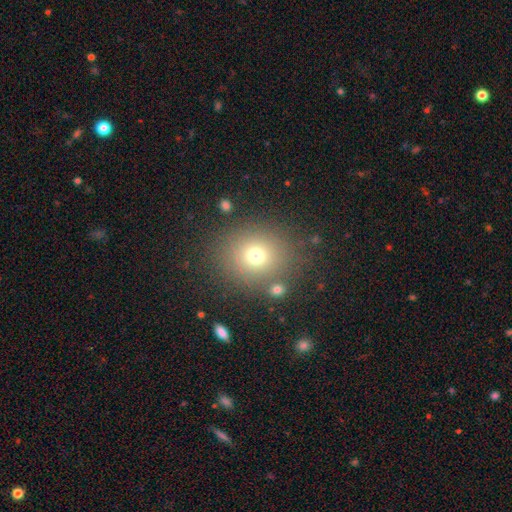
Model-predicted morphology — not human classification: smooth 71%, star or artifact 18%, featured or disk 12%. Down the decision tree: how rounded — round (78%); merging — none (81%).